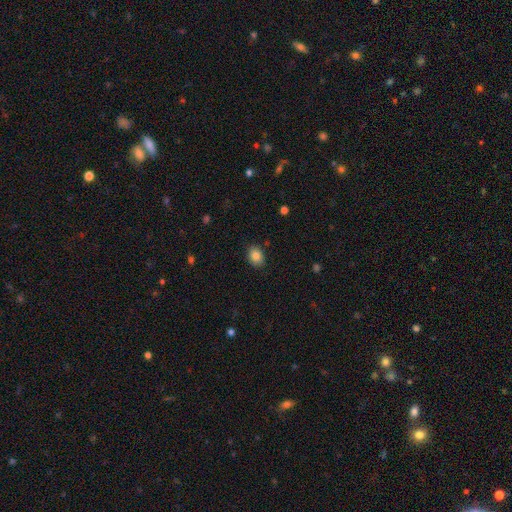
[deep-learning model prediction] smooth 84%, star or artifact 9%, featured or disk 7%. Down the decision tree: how rounded — in between (65%); merging — none (86%).